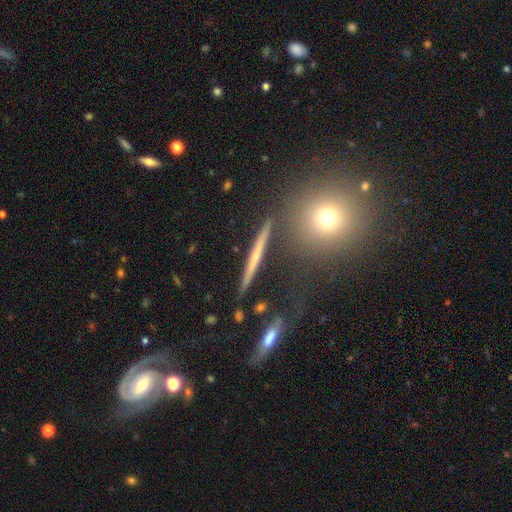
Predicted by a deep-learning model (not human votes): Overall: featured or disk (55%; smooth 34%). Edge-on disk: yes (94%). Edge-on bulge: none (72%). Merging: none (87%).